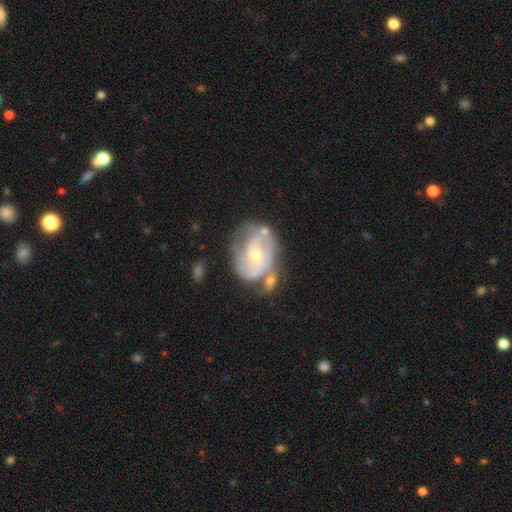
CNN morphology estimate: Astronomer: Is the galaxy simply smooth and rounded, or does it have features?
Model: featured or disk — 80%.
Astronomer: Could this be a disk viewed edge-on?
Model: no — 97%.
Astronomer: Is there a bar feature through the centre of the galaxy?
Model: no — 62%.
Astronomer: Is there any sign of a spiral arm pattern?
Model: yes — 84%.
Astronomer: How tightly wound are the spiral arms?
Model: tight — 48% (runner-up: medium, 39%).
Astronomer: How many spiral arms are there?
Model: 2 — 46% (runner-up: can't tell, 30%).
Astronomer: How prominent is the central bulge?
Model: moderate — 48%, tied with small at 48%.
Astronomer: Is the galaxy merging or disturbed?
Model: none — 42% (runner-up: minor disturbance, 24%).